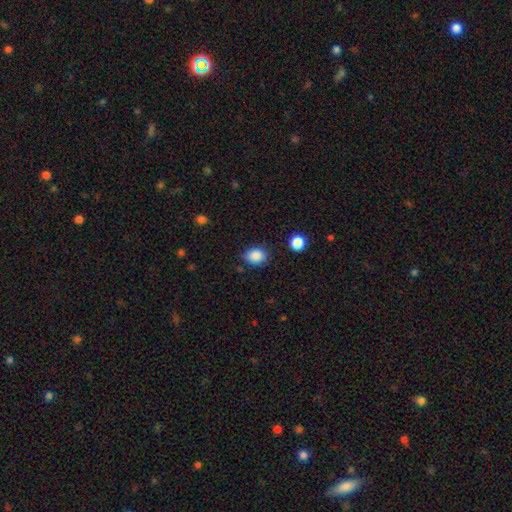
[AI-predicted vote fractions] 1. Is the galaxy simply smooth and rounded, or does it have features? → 88% smooth, 9% star or artifact, 3% featured or disk.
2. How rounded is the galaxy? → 55% in between, 44% round, 1% cigar-shaped.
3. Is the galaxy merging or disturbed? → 78% none, 16% minor disturbance, 4% major disturbance, 2% merger.